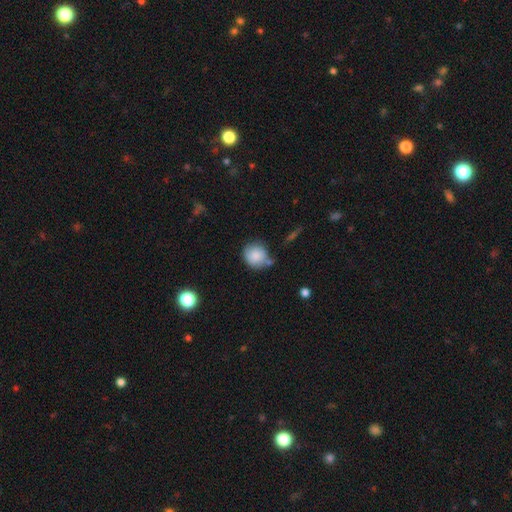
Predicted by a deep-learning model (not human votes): This is clearly a smooth galaxy (85%). How rounded: clearly round (89%). Merging: likely none (65%).